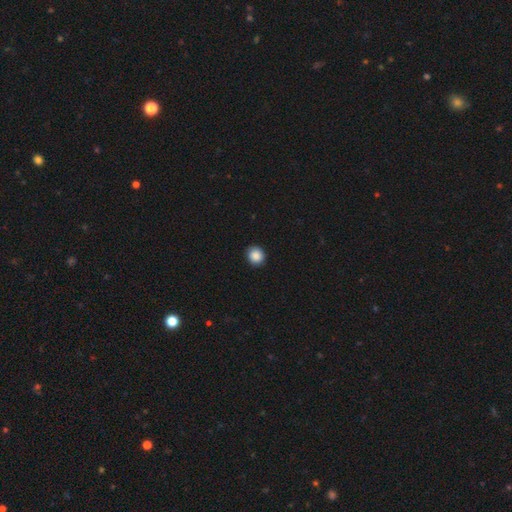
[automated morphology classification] Q: Smooth or featured?
A: smooth (88%); runner-up: star or artifact (9%)
Q: How rounded?
A: round (88%); runner-up: in between (11%)
Q: Merging?
A: none (91%); runner-up: minor disturbance (6%)